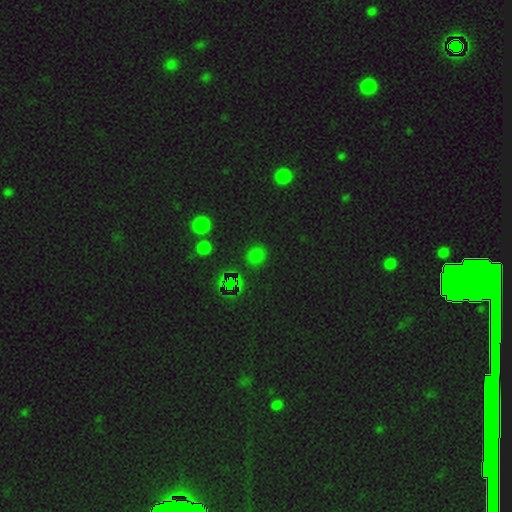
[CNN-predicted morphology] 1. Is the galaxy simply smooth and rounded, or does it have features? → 58% smooth, 37% star or artifact, 5% featured or disk.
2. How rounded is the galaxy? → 82% round, 16% in between, 1% cigar-shaped.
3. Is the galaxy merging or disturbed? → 85% none, 9% minor disturbance, 3% major disturbance, 3% merger.